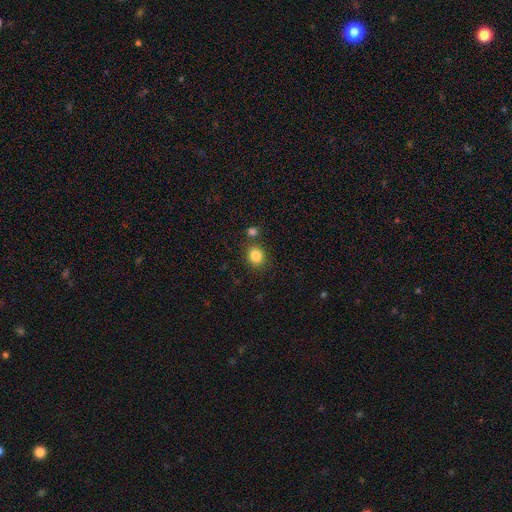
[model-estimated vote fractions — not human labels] Smooth or featured?
  - smooth: 84% *
  - star or artifact: 11%
  - featured or disk: 5%
How rounded?
  - round: 72% *
  - in between: 27%
  - cigar-shaped: 1%
Merging?
  - none: 78% *
  - merger: 10%
  - minor disturbance: 9%
  - major disturbance: 3%